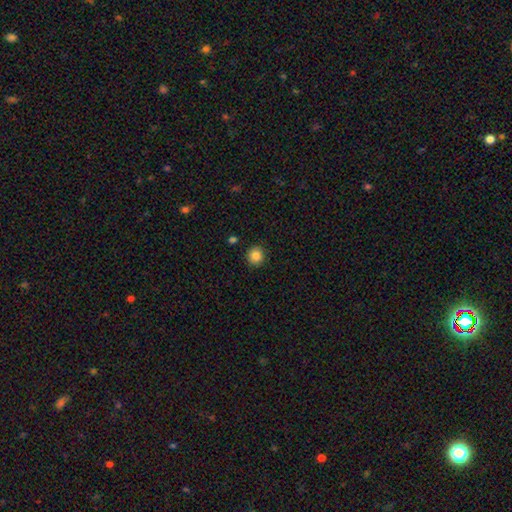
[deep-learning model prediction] Smooth or featured? smooth (86%)
How rounded? round (92%)
Merging? none (90%)